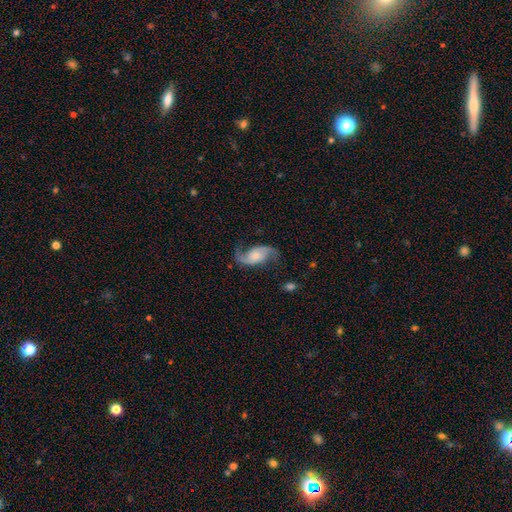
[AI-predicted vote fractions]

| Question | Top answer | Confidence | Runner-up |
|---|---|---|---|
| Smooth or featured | featured or disk | 86% | smooth (9%) |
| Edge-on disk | no | 97% | yes (3%) |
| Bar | no | 61% | weak (30%) |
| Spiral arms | yes | 97% | no (3%) |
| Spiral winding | loose | 66% | medium (28%) |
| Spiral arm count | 2 | 92% | 1 (3%) |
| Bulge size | small | 40% | moderate (36%) |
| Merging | none | 72% | minor disturbance (16%) |